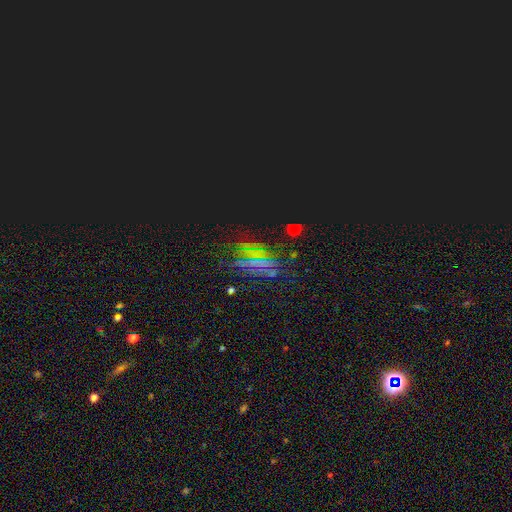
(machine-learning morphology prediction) star or artifact 70%, smooth 18%, featured or disk 12%.